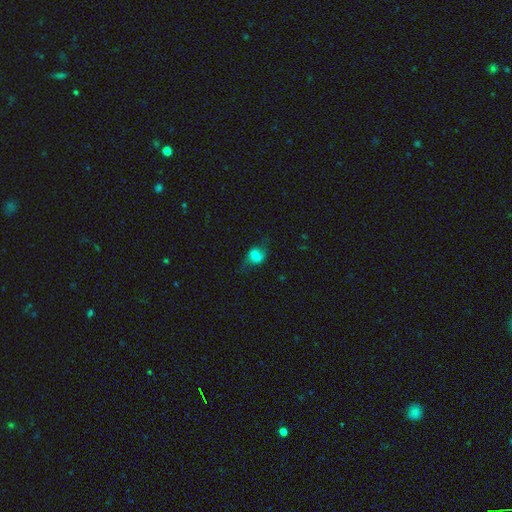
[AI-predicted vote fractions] A smooth galaxy with no disk features (59%) that is in between round and cigar-shaped (55%).

Vote fractions:
- Smooth or featured? smooth: 59% / featured or disk: 30% / star or artifact: 10%
- How rounded? in between: 55% / round: 43% / cigar-shaped: 2%
- Merging? none: 58% / minor disturbance: 24% / major disturbance: 16% / merger: 2%